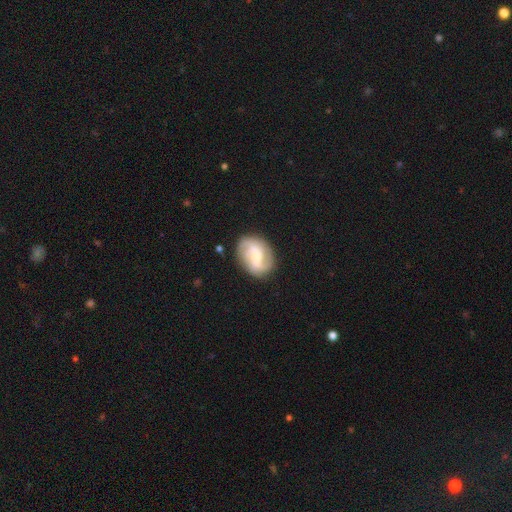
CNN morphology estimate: Smooth or featured?
  - featured or disk: 78% *
  - smooth: 17%
  - star or artifact: 6%
Edge-on disk?
  - no: 98% *
  - yes: 2%
Bar?
  - weak: 48% *
  - no: 30%
  - strong: 21%
Spiral arms?
  - yes: 94% *
  - no: 6%
Spiral winding?
  - medium: 45% *
  - loose: 31%
  - tight: 24%
Spiral arm count?
  - 2: 63% *
  - 3: 17%
  - can't tell: 11%
  - 1: 3%
  - 4: 3%
  - more than 4: 3%
Bulge size?
  - small: 50% *
  - moderate: 41%
  - large: 4%
  - none: 3%
  - dominant: 1%
Merging?
  - none: 80% *
  - minor disturbance: 14%
  - major disturbance: 5%
  - merger: 2%